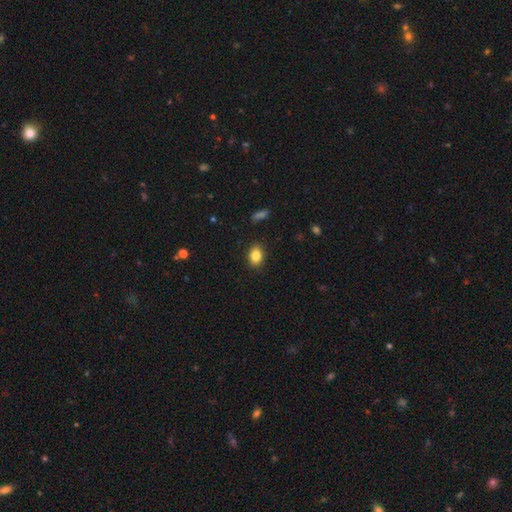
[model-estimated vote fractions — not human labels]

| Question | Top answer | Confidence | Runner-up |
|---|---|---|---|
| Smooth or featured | smooth | 84% | star or artifact (9%) |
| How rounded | in between | 75% | round (24%) |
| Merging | none | 88% | minor disturbance (9%) |